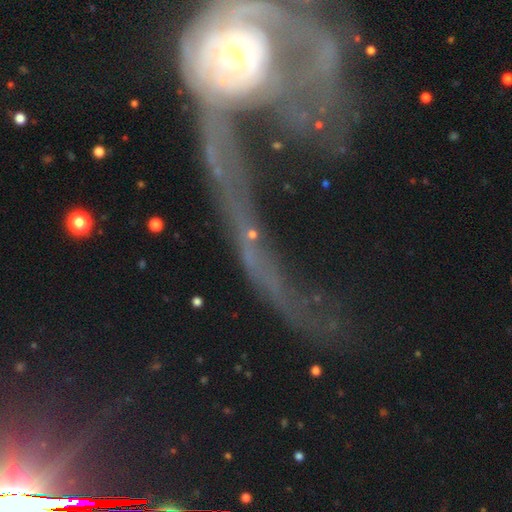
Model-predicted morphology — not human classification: The model was most divided on "merging": merger: 30%, none: 29%, major disturbance: 28%, minor disturbance: 14%. More confident: edge-on disk — no (61%); smooth or featured — featured or disk (51%).